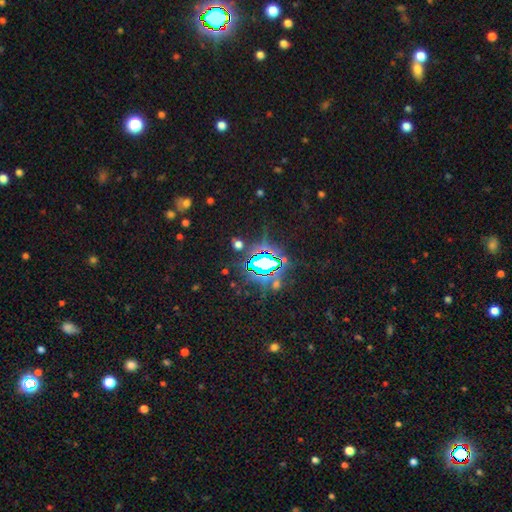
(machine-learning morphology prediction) This is clearly a star or artifact rather than a galaxy (82%).